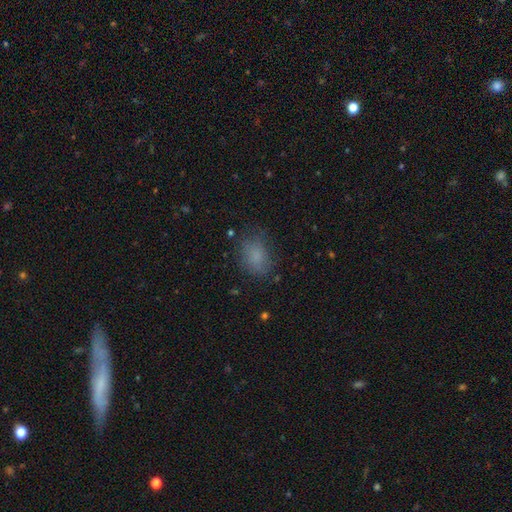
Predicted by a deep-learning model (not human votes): A smooth galaxy with no disk features (80%) that is in between round and cigar-shaped (72%). Merging: none (70%).